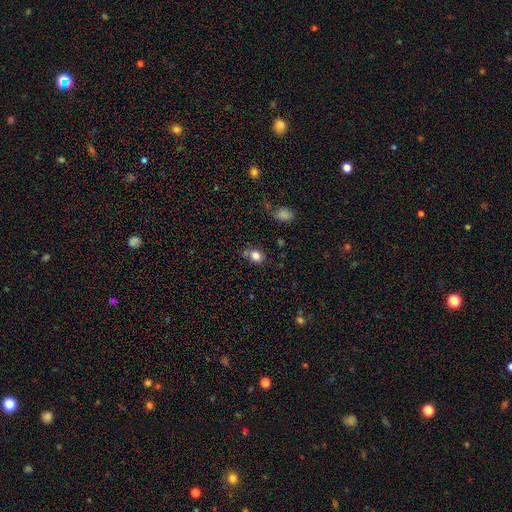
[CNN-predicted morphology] A smooth galaxy with no disk features (82%) that is round (57%).

Vote fractions:
- Smooth or featured? smooth: 82% / star or artifact: 11% / featured or disk: 7%
- How rounded? round: 57% / in between: 41% / cigar-shaped: 1%
- Merging? none: 61% / minor disturbance: 22% / merger: 9% / major disturbance: 7%